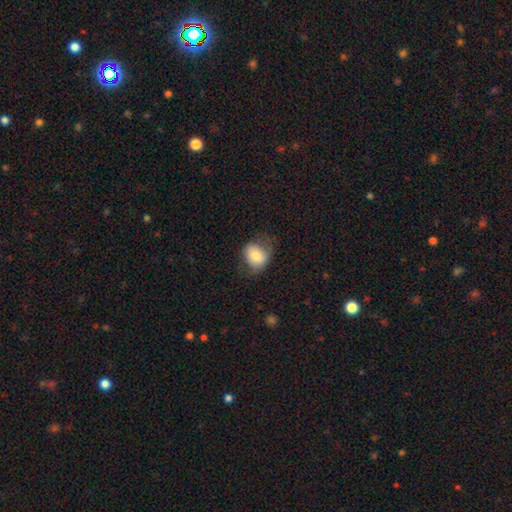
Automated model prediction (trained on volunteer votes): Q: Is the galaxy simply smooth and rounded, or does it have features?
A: smooth — 76%.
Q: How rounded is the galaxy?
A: round — 52%.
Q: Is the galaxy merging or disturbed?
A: none — 59%.